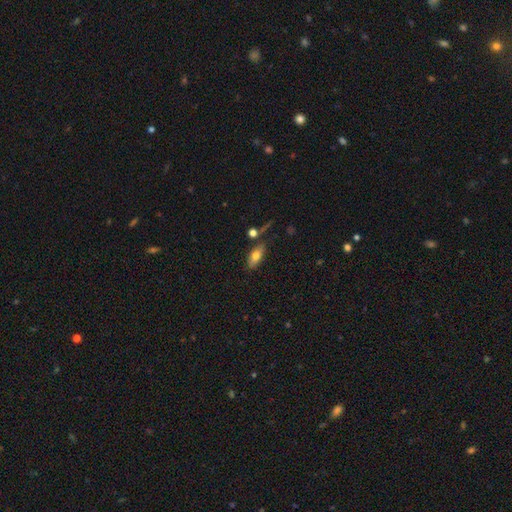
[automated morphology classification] A smooth galaxy with no disk features (69%) that is in between round and cigar-shaped (78%). Merging: none (70%).